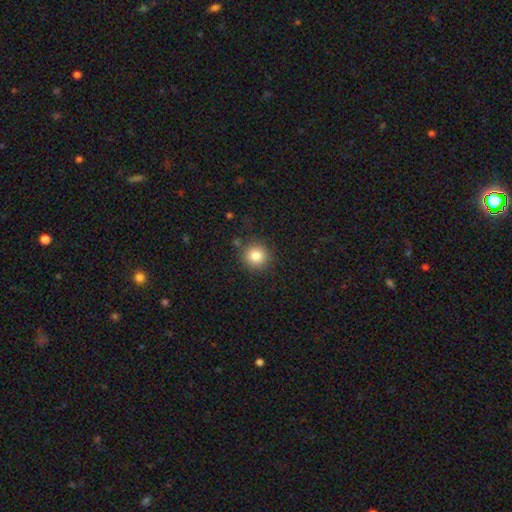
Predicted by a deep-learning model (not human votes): Smooth or featured? Predicted: smooth (p=0.83). How rounded? Predicted: round (p=0.93). Merging? Predicted: none (p=0.86).